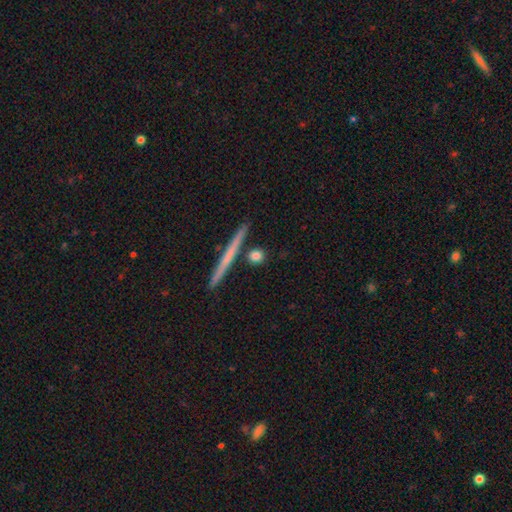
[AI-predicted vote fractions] smooth_or_featured: smooth (p=0.77) [alt: featured or disk p=0.15]
how_rounded: round (p=0.69) [alt: cigar-shaped p=0.21]
merging: none (p=0.82) [alt: minor disturbance p=0.08]